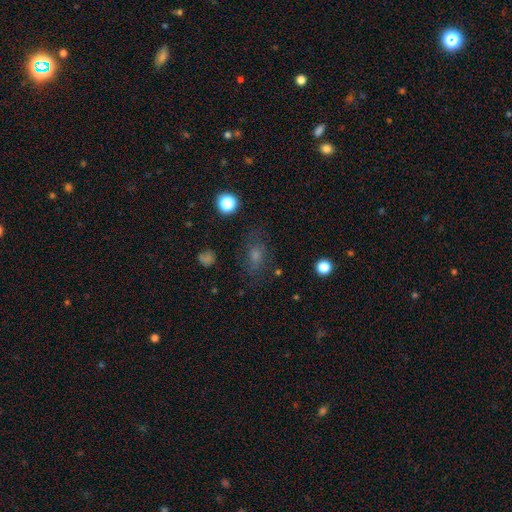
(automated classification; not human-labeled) Overall: smooth (57%; featured or disk 22%). How rounded: in between (70%). Merging: none (70%).